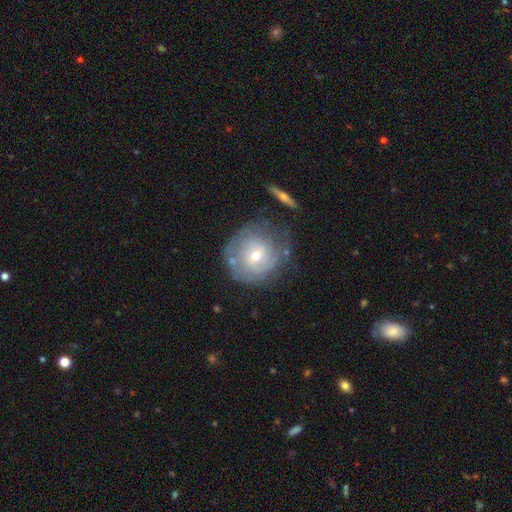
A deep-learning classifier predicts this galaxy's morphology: A featured or disk galaxy (58%) with no bar (80%), spiral arms (67%) and a small central bulge (52%). Merging: none (63%).